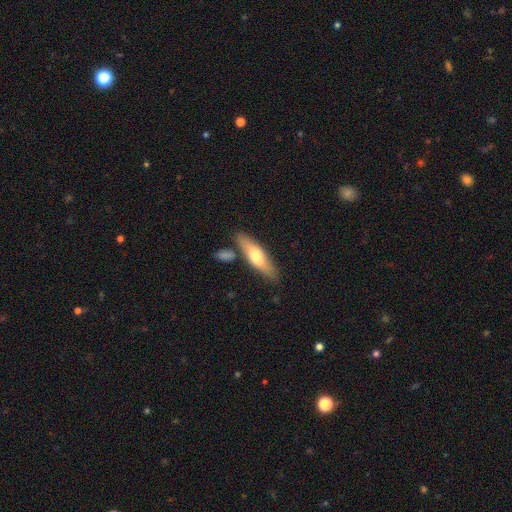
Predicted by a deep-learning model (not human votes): A smooth galaxy with no disk features (57%) that is cigar-shaped (59%). Merging: none (76%).